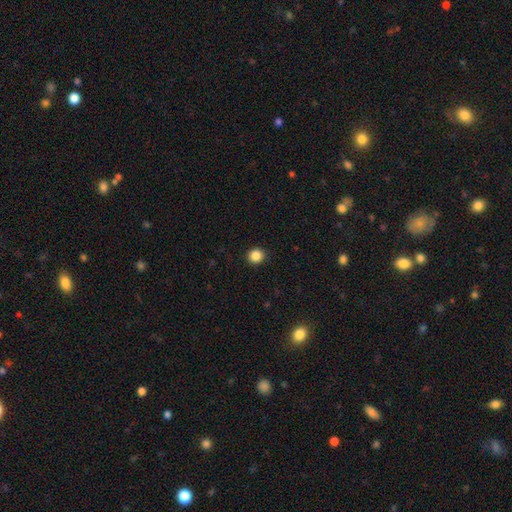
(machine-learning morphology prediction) Overall: smooth (86%). How rounded: round (90%). Merging: none (93%).